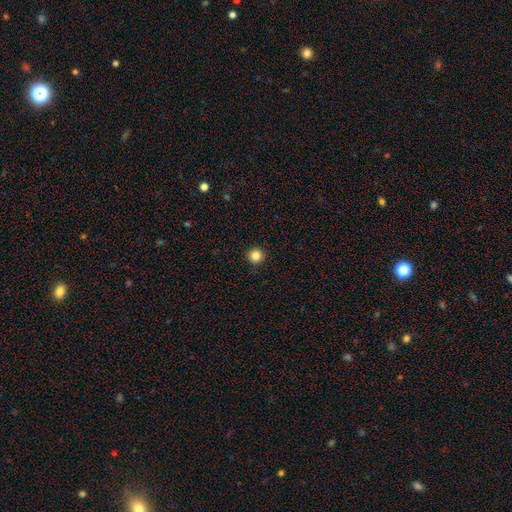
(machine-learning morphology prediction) smooth 84%, star or artifact 12%, featured or disk 4%. Down the decision tree: how rounded — round (96%); merging — none (93%).